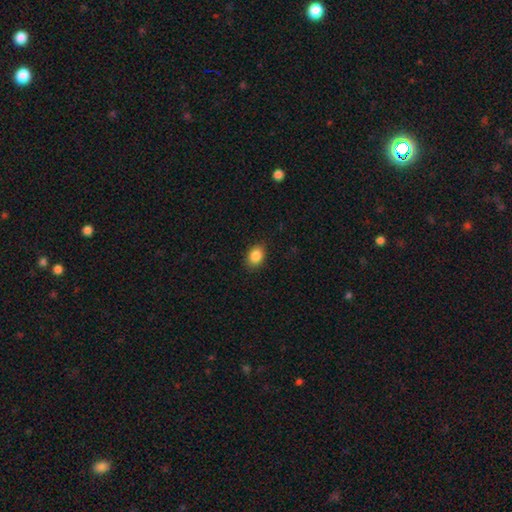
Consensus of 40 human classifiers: A smooth galaxy with no disk features (85%) that is in between round and cigar-shaped (53%). Merging: none (91%).